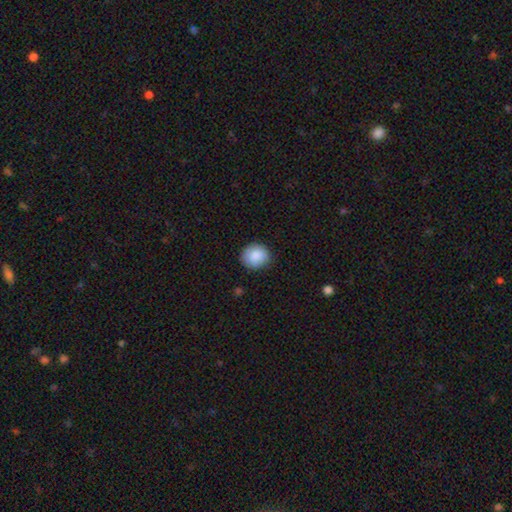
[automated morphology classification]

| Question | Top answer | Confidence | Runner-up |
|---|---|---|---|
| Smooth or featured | smooth | 88% | star or artifact (7%) |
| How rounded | round | 77% | in between (22%) |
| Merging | none | 85% | minor disturbance (12%) |